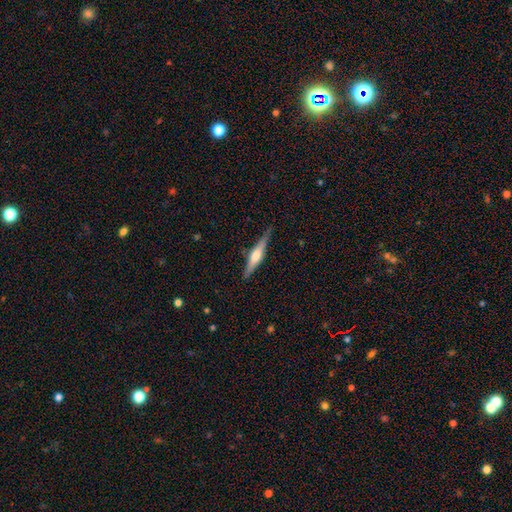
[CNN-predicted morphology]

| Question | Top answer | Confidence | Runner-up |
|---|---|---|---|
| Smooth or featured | featured or disk | 63% | smooth (31%) |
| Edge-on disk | yes | 97% | no (3%) |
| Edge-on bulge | rounded | 80% | boxy (13%) |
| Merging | none | 84% | minor disturbance (12%) |